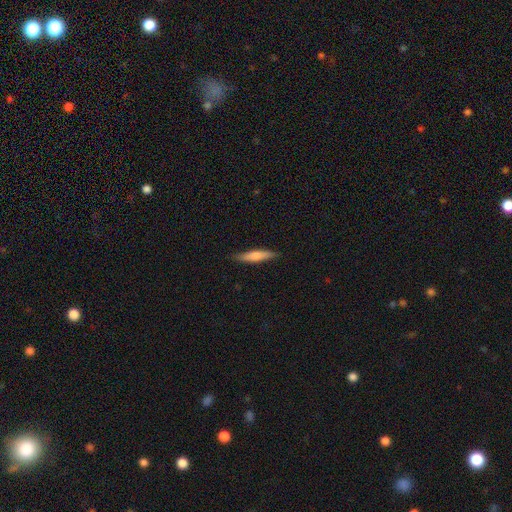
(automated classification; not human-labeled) Smooth or featured? smooth (69%)
How rounded? cigar-shaped (84%)
Merging? none (87%)